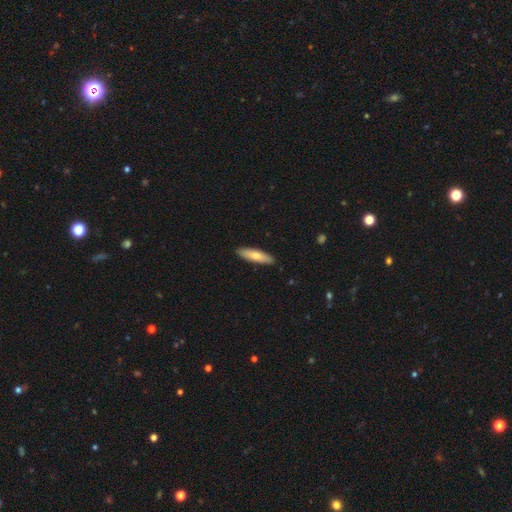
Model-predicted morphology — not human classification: type=smooth (73%); roundness=cigar-shaped (68%); merging=none (90%).